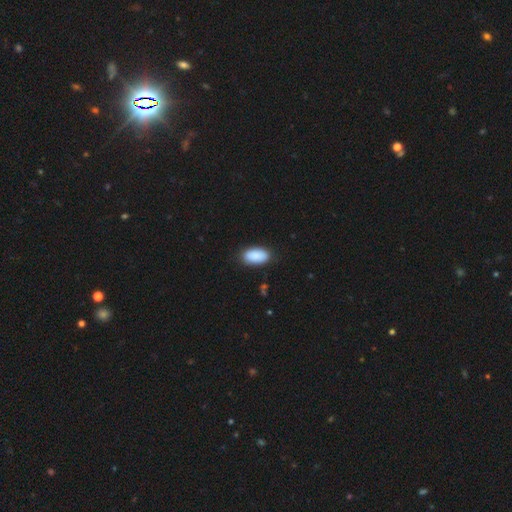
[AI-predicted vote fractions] Q: Smooth or featured?
A: smooth (90%); runner-up: star or artifact (6%)
Q: How rounded?
A: in between (95%); runner-up: round (3%)
Q: Merging?
A: none (86%); runner-up: minor disturbance (11%)